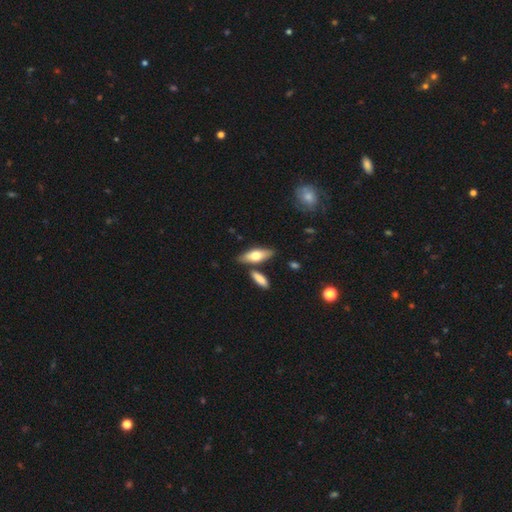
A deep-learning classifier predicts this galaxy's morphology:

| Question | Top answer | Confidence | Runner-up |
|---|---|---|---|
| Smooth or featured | smooth | 63% | featured or disk (32%) |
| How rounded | in between | 62% | cigar-shaped (35%) |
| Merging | none | 74% | minor disturbance (12%) |